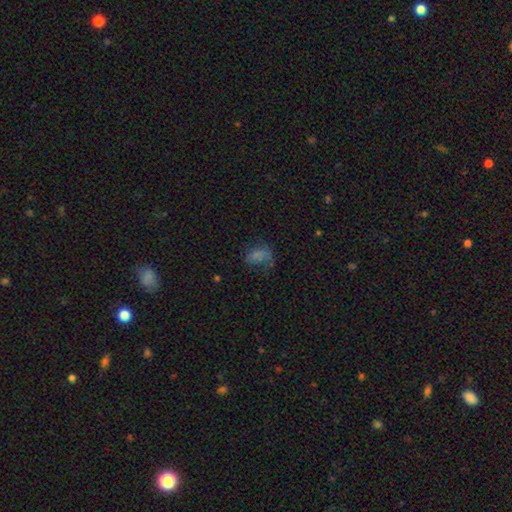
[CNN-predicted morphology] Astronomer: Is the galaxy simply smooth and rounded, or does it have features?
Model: smooth — 60%.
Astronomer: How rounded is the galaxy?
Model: in between — 84%.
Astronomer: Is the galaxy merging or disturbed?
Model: none — 41% (runner-up: major disturbance, 28%).